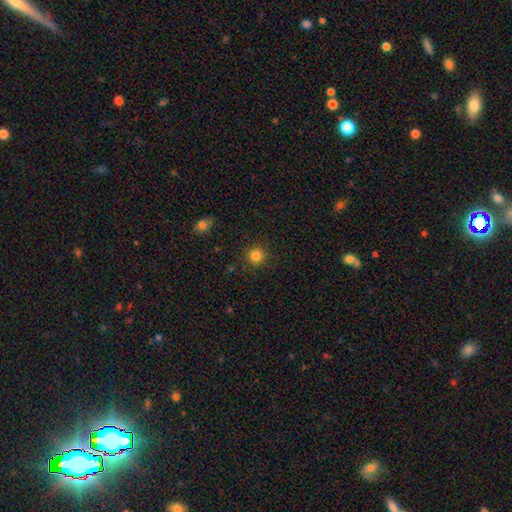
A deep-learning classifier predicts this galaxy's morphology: This appears to be a smooth galaxy with no disk features (84%) that is round (94%). Merging: none (90%).